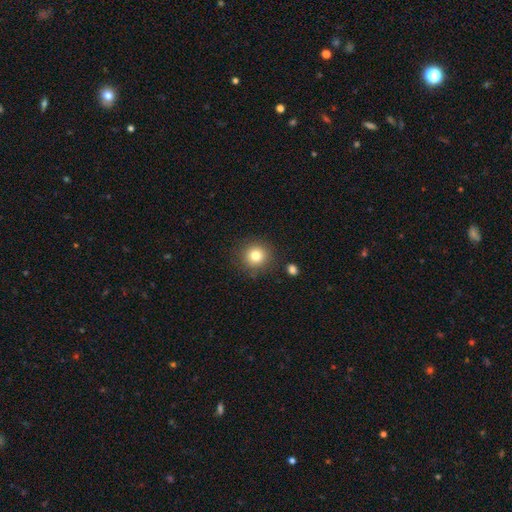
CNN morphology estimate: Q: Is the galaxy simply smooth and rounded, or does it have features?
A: smooth — 80%.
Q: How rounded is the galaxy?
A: round — 93%.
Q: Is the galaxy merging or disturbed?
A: none — 86%.